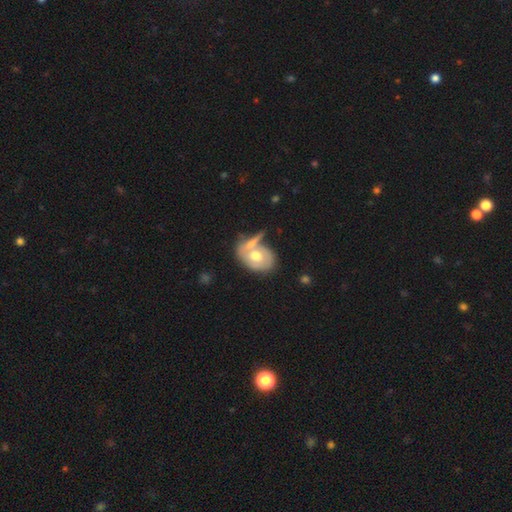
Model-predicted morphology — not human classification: Overall: featured or disk (52%; smooth 43%). Edge-on disk: no (91%). Merging: merger (42%; none 32%).